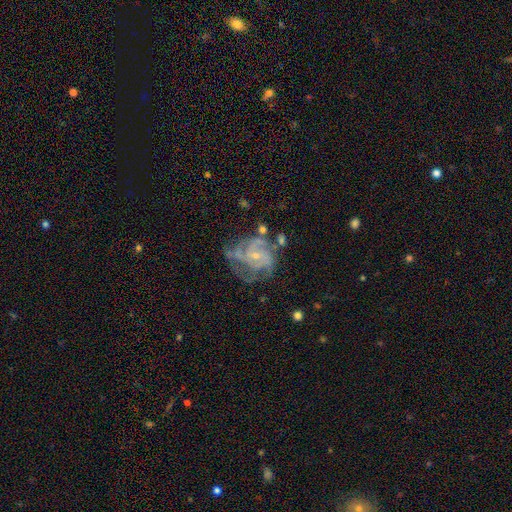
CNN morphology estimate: Smooth or featured: featured or disk — 85% (star or artifact — 7%)
Edge-on disk: no — 98% (yes — 2%)
Bar: no — 65% (weak — 29%)
Spiral arms: yes — 95% (no — 5%)
Spiral winding: tight — 52% (medium — 38%)
Spiral arm count: 3 — 32% (can't tell — 23%)
Bulge size: small — 74% (moderate — 21%)
Merging: none — 52% (minor disturbance — 24%)